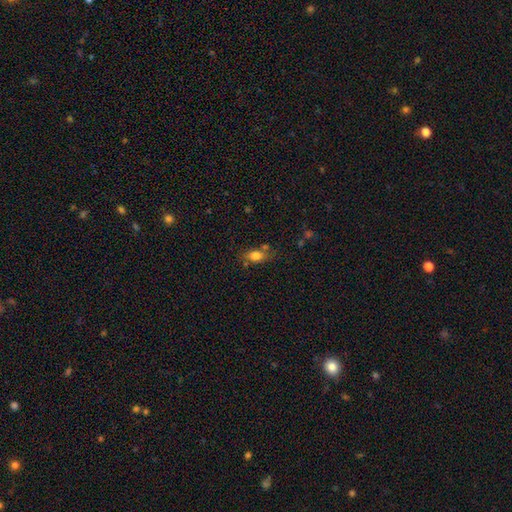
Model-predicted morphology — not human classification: This is likely a smooth galaxy (79%). How rounded: likely in between (77%). Merging: likely none (64%).